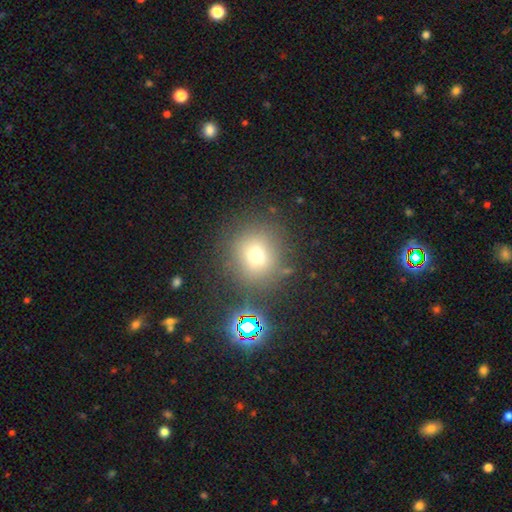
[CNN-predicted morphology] Smooth or featured: smooth — 67% (star or artifact — 21%)
How rounded: round — 88% (in between — 11%)
Merging: none — 80% (minor disturbance — 10%)